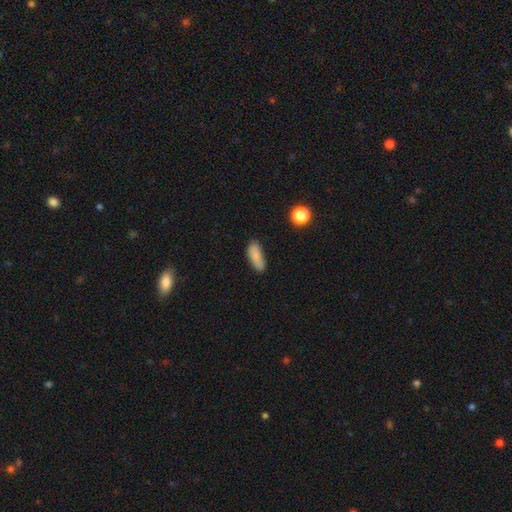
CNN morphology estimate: type=smooth (84%); roundness=in between (70%); merging=none (72%).